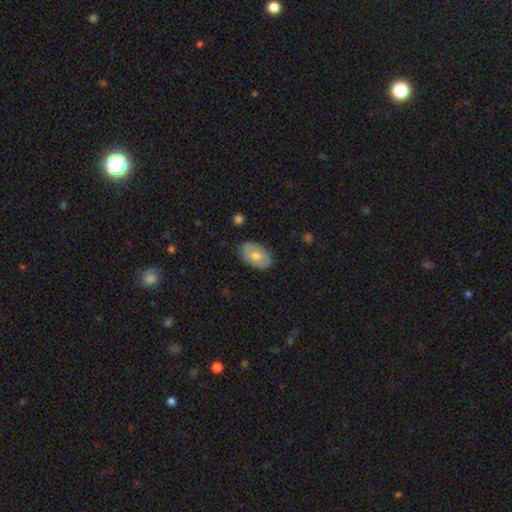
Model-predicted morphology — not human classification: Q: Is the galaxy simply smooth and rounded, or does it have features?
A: smooth — 68%.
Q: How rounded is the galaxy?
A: in between — 91%.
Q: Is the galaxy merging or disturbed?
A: none — 85%.